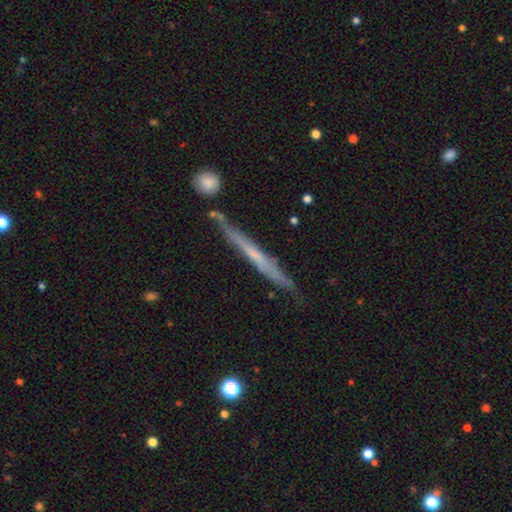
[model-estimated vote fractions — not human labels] Morphology: type=featured or disk (63%); edge-on=yes (95%); edge-on bulge=none (72%); merging=none (81%).